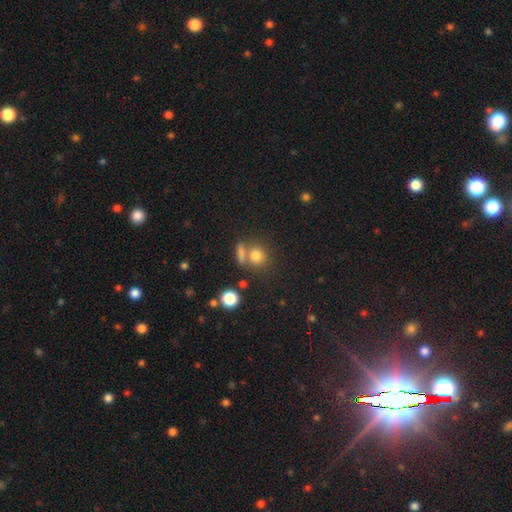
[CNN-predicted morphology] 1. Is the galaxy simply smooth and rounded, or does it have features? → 77% smooth, 14% star or artifact, 9% featured or disk.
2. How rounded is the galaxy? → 82% round, 16% in between, 2% cigar-shaped.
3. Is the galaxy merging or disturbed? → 58% none, 28% merger, 9% minor disturbance, 5% major disturbance.